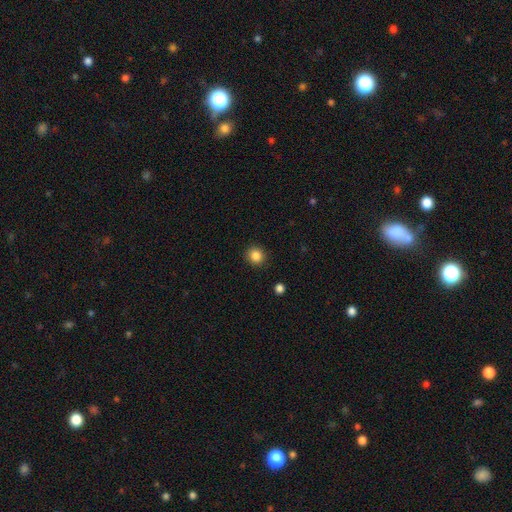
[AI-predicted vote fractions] Morphology: type=smooth (85%); roundness=round (90%); merging=none (91%).